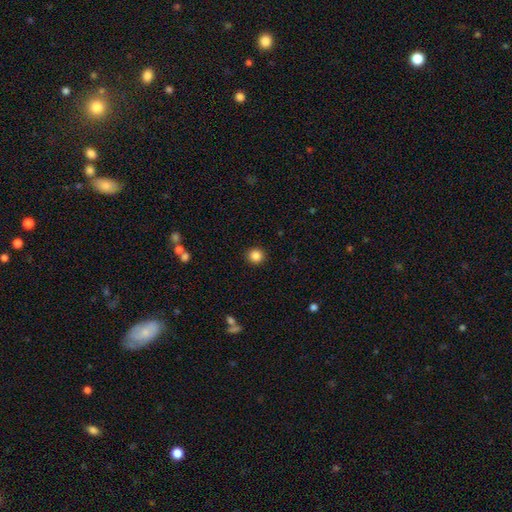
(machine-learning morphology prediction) A smooth galaxy with no disk features (86%) that is round (91%).

Vote fractions:
- Smooth or featured? smooth: 86% / star or artifact: 10% / featured or disk: 4%
- How rounded? round: 91% / in between: 8% / cigar-shaped: 1%
- Merging? none: 92% / minor disturbance: 5% / major disturbance: 2% / merger: 1%